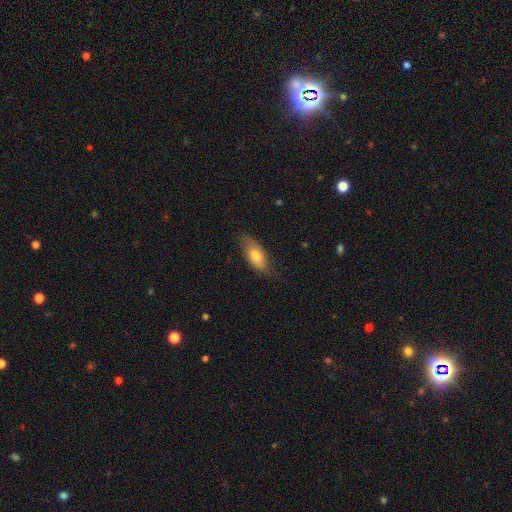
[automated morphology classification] This is likely a smooth galaxy (73%). How rounded: clearly in between (85%). Merging: likely none (71%).